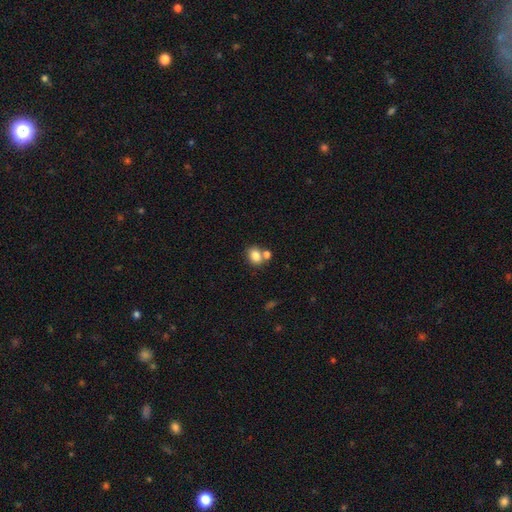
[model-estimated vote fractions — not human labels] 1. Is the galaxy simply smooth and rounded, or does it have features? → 81% smooth, 10% star or artifact, 9% featured or disk.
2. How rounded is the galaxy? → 50% round, 49% in between, 1% cigar-shaped.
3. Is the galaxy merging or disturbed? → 53% none, 33% merger, 10% minor disturbance, 4% major disturbance.